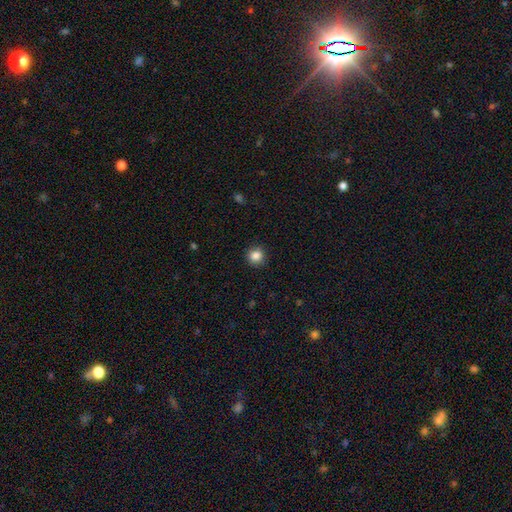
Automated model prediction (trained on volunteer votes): smooth-or-featured: smooth: 85% | star or artifact: 11% | featured or disk: 4%
  how-rounded: round: 91% | in between: 8% | cigar-shaped: 1%
  merging: none: 90% | minor disturbance: 7% | major disturbance: 2% | merger: 1%